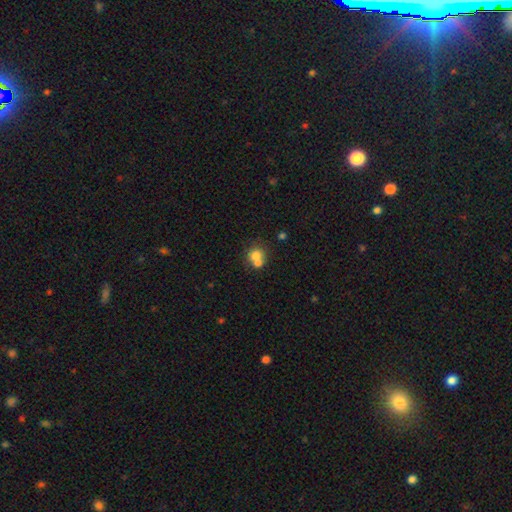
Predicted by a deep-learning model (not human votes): Smooth or featured?
  - smooth: 73% *
  - featured or disk: 17%
  - star or artifact: 11%
How rounded?
  - round: 79% *
  - in between: 20%
  - cigar-shaped: 1%
Merging?
  - merger: 52% *
  - none: 37%
  - minor disturbance: 7%
  - major disturbance: 3%